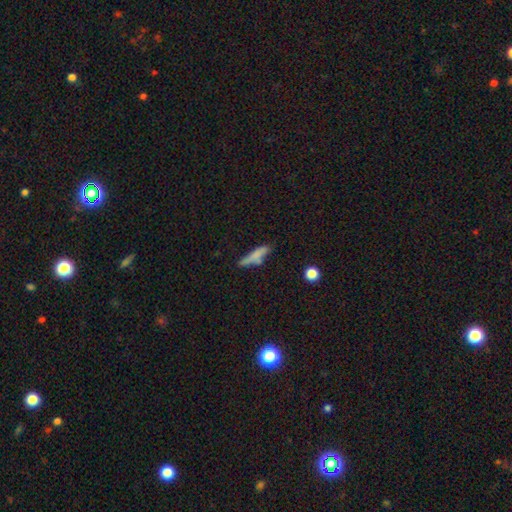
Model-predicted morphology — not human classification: This appears to be a smooth galaxy with no disk features (69%) that is cigar-shaped (81%). Merging: none (58%).